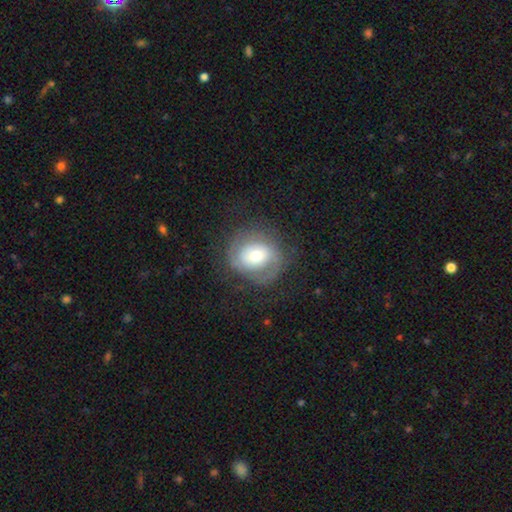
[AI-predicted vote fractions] Smooth or featured? Predicted: featured or disk (p=0.54). Edge-on disk? Predicted: no (p=0.96). Bar? Predicted: no (p=0.66). Spiral arms? Predicted: yes (p=0.65). Bulge size? Predicted: moderate (p=0.62). Merging? Predicted: none (p=0.69).